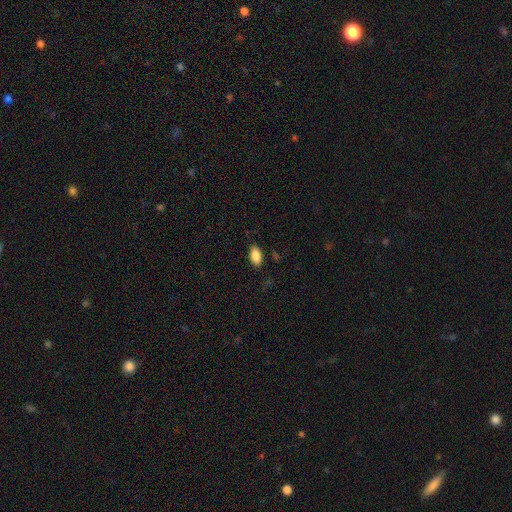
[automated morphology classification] The model was most divided on "merging": none: 85%, minor disturbance: 11%, major disturbance: 3%, merger: 1%. More confident: how rounded — in between (92%); smooth or featured — smooth (87%).